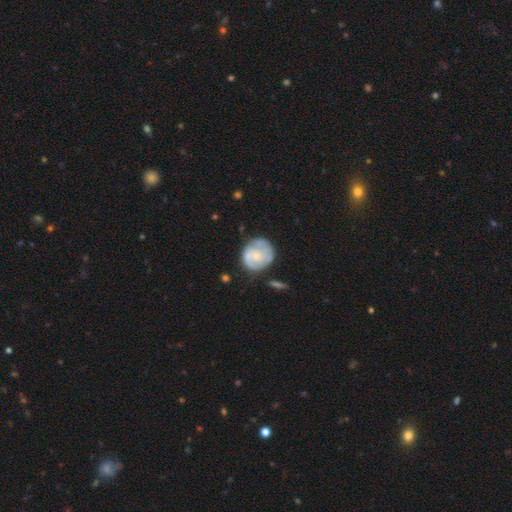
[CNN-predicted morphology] Q: Smooth or featured?
A: featured or disk (57%); runner-up: smooth (38%)
Q: Edge-on disk?
A: no (98%); runner-up: yes (2%)
Q: Bar?
A: no (73%); runner-up: weak (23%)
Q: Spiral arms?
A: yes (72%); runner-up: no (28%)
Q: Bulge size?
A: small (68%); runner-up: moderate (26%)
Q: Merging?
A: none (61%); runner-up: minor disturbance (25%)